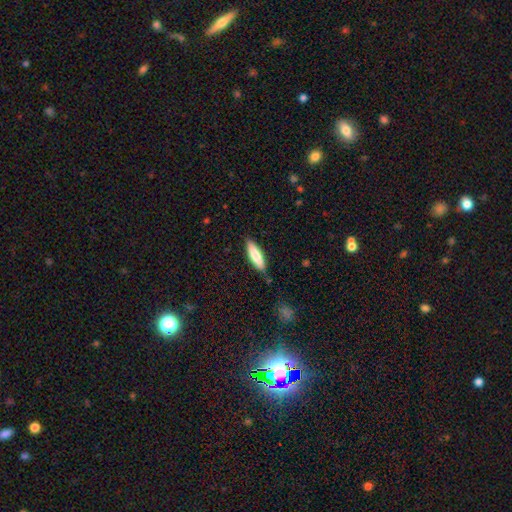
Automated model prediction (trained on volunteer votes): Q: Smooth or featured?
A: smooth (80%); runner-up: featured or disk (14%)
Q: How rounded?
A: cigar-shaped (62%); runner-up: in between (36%)
Q: Merging?
A: none (86%); runner-up: minor disturbance (11%)